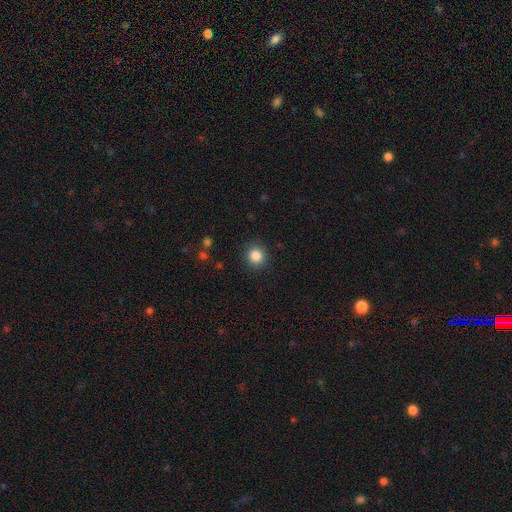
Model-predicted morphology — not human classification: Overall: smooth (85%). How rounded: round (90%). Merging: none (90%).